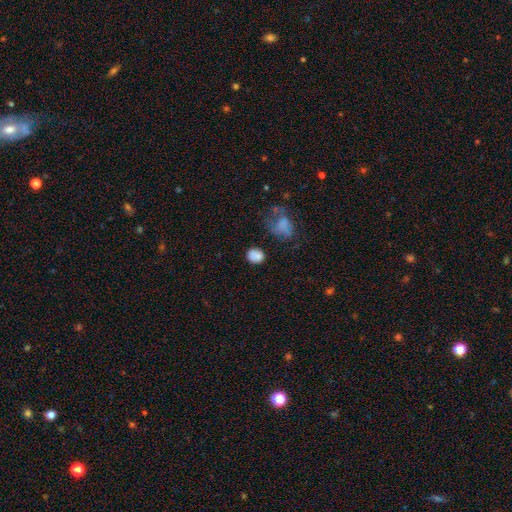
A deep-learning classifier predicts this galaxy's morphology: This is clearly a smooth galaxy (83%). How rounded: likely round (71%). Merging: likely none (76%).